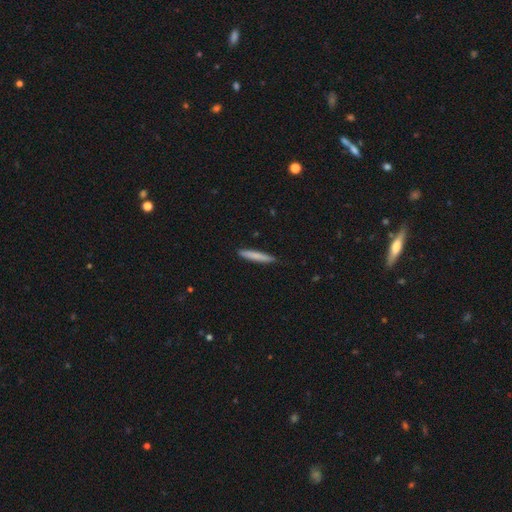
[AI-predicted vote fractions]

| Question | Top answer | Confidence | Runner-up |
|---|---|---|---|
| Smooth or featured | smooth | 78% | featured or disk (17%) |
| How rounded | cigar-shaped | 95% | in between (4%) |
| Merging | none | 89% | minor disturbance (9%) |